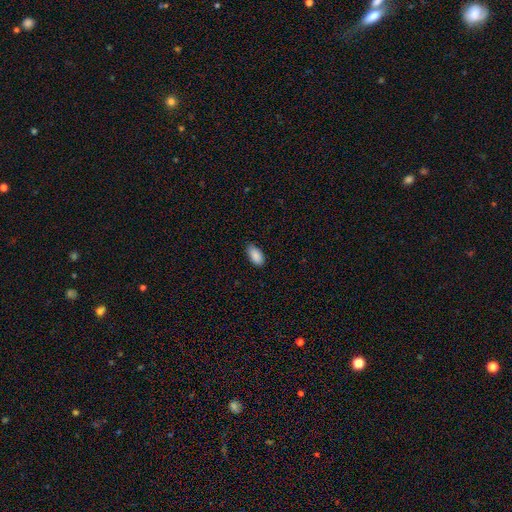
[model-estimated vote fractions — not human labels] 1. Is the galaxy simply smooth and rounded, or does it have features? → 90% smooth, 7% star or artifact, 4% featured or disk.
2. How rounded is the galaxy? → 94% in between, 4% cigar-shaped, 2% round.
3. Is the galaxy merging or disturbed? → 83% none, 14% minor disturbance, 2% major disturbance, 1% merger.